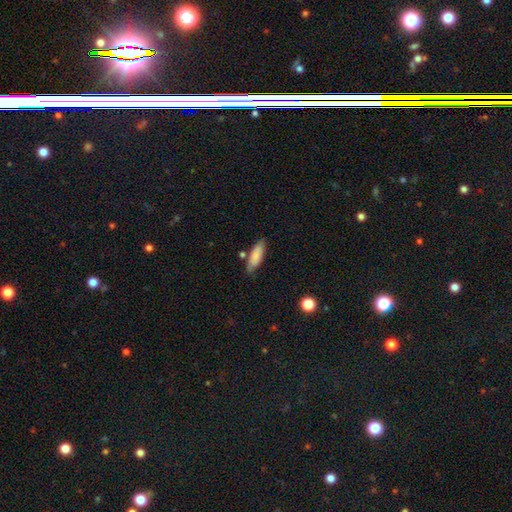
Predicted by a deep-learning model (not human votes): A smooth galaxy with no disk features (80%) that is in between round and cigar-shaped (61%). Merging: none (69%).